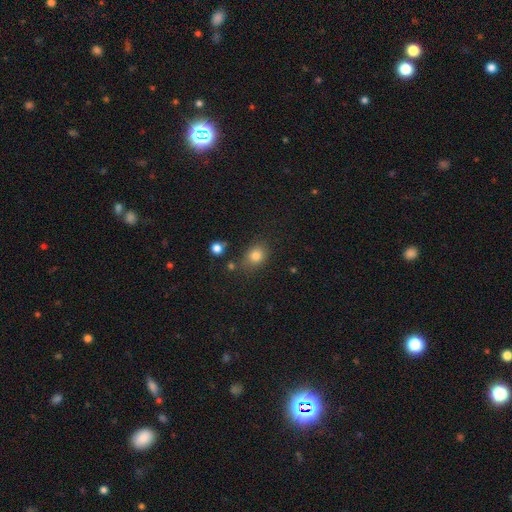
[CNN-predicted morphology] type=smooth (81%); roundness=round (58%); merging=none (72%).